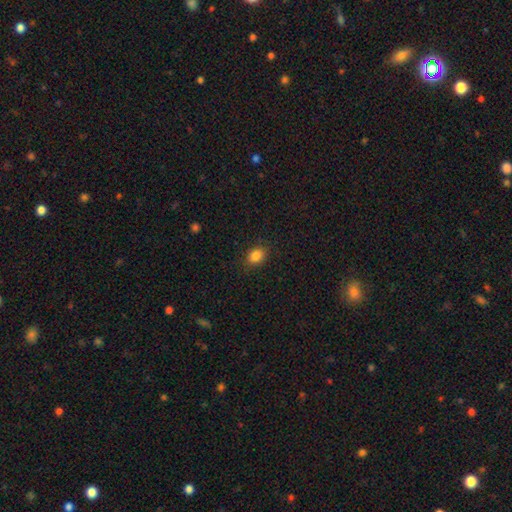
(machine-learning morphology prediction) Smooth or featured?
  - smooth: 86% *
  - star or artifact: 10%
  - featured or disk: 4%
How rounded?
  - in between: 68% *
  - round: 31%
  - cigar-shaped: 1%
Merging?
  - none: 87% *
  - minor disturbance: 9%
  - major disturbance: 3%
  - merger: 1%